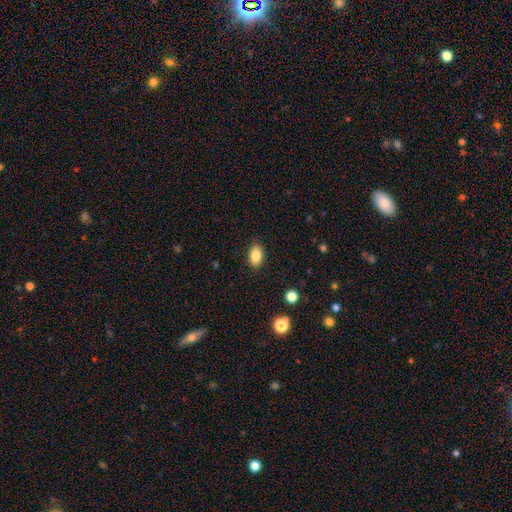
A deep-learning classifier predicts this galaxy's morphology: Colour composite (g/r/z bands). It shows a smooth galaxy with no disk features (86%) that is in between round and cigar-shaped (90%). Merging: none (87%).